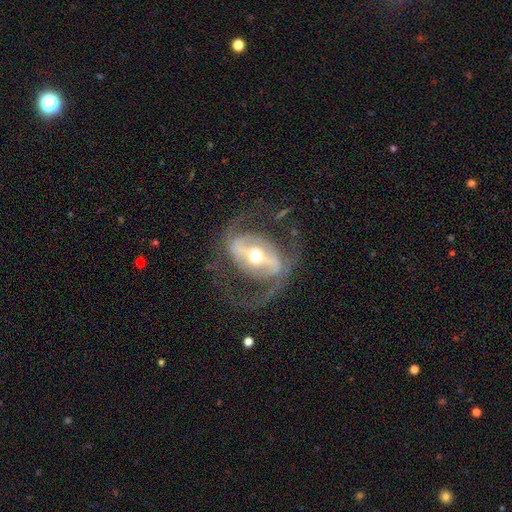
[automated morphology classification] Smooth or featured? featured or disk (87%)
Edge-on disk? no (95%)
Bar? strong (60%)
Spiral arms? yes (84%)
Spiral winding? medium (49%)
Spiral arm count? 2 (85%)
Bulge size? moderate (68%)
Merging? none (65%)